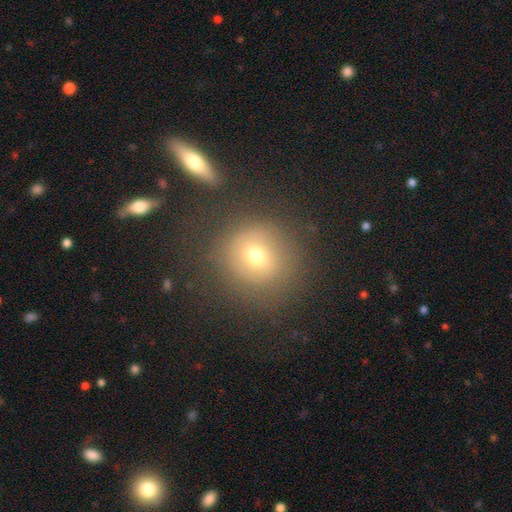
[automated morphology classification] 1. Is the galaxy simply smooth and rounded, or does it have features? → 63% smooth, 20% featured or disk, 17% star or artifact.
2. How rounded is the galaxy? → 89% round, 10% in between, 1% cigar-shaped.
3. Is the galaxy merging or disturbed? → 81% none, 10% minor disturbance, 5% major disturbance, 4% merger.